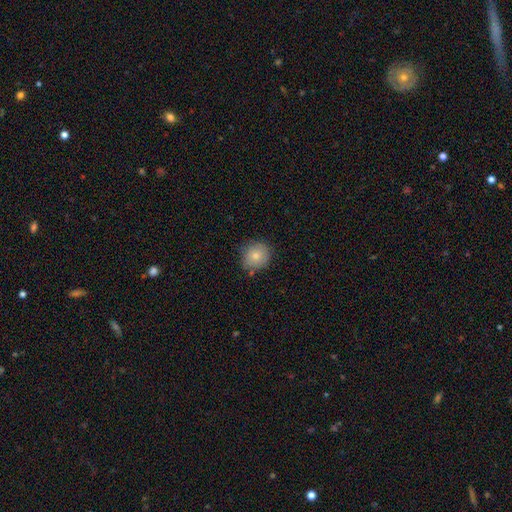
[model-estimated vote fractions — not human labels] A smooth galaxy with no disk features (78%) that is round (83%). Merging: none (78%).